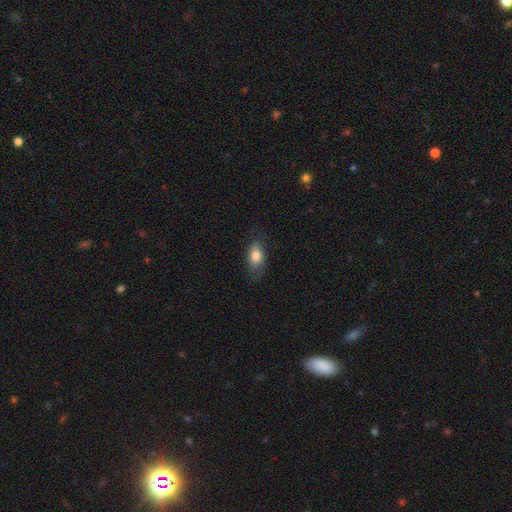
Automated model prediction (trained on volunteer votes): Overall: smooth (79%). How rounded: in between (86%). Merging: none (69%).